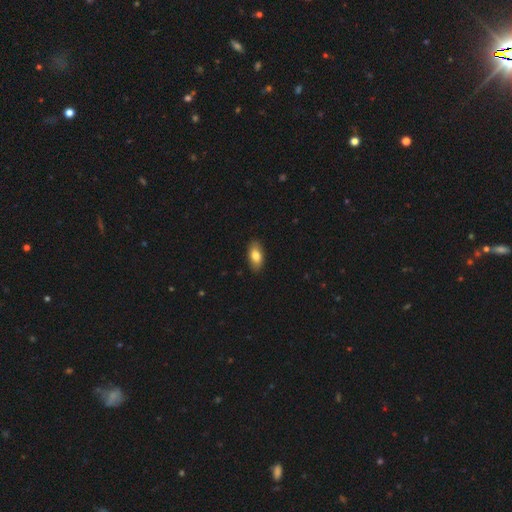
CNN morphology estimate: type=smooth (81%); roundness=in between (91%); merging=none (88%).